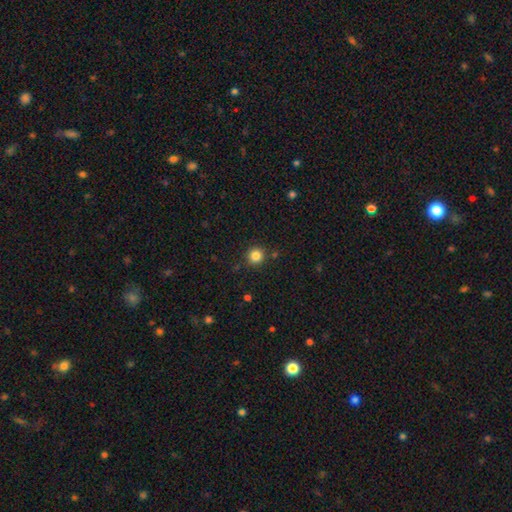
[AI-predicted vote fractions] The model was most divided on "smooth or featured": smooth: 83%, star or artifact: 12%, featured or disk: 4%. More confident: how rounded — round (94%); merging — none (89%).